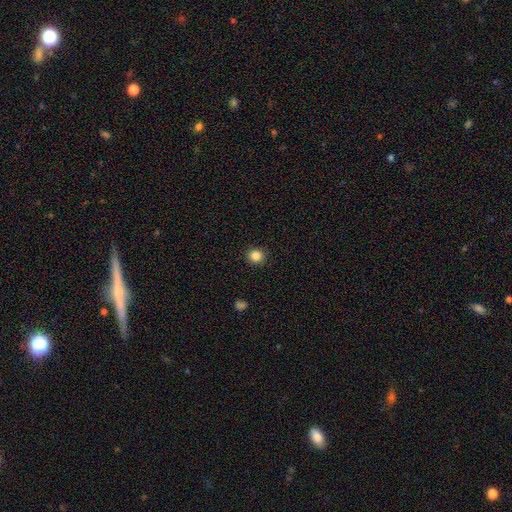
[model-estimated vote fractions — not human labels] smooth_or_featured: smooth (p=0.85) [alt: star or artifact p=0.11]
how_rounded: round (p=0.92) [alt: in between p=0.07]
merging: none (p=0.92) [alt: minor disturbance p=0.05]